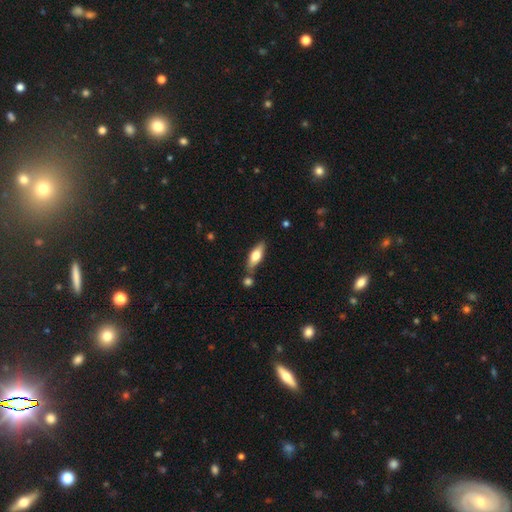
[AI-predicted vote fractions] This is likely a smooth galaxy (61%). How rounded: possibly in between (60%). Merging: likely none (70%).